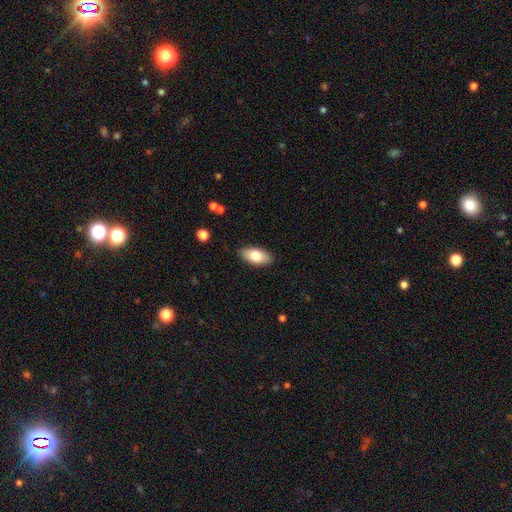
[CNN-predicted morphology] smooth-or-featured: smooth: 79% | featured or disk: 14% | star or artifact: 6%
  how-rounded: in between: 92% | cigar-shaped: 5% | round: 3%
  merging: none: 87% | minor disturbance: 10% | major disturbance: 2% | merger: 1%